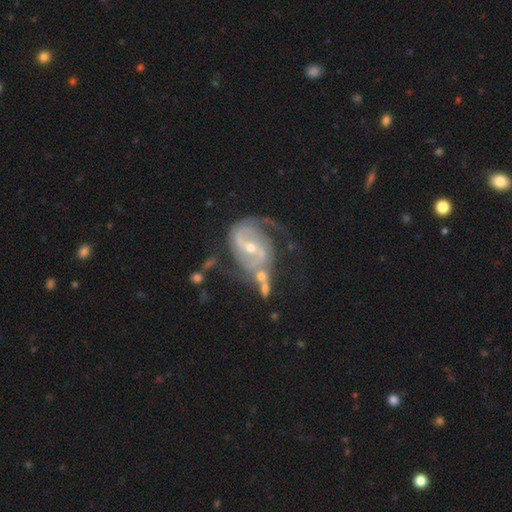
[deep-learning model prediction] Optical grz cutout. It shows a featured or disk galaxy (86%) with a weak bar (44%), 2 (64%) medium (45%) spiral arms (94%) and a small central bulge (56%). Merging: none (36%).